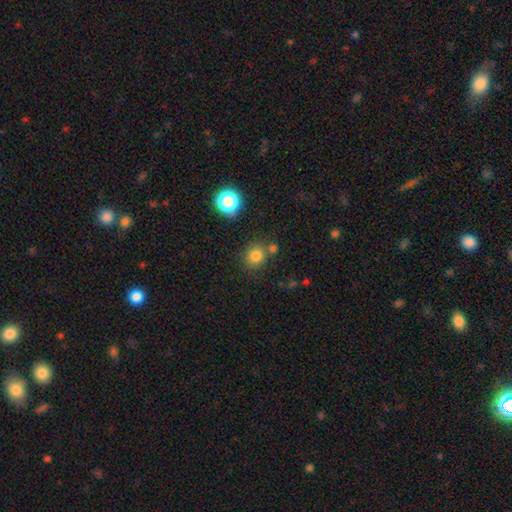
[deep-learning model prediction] A smooth galaxy with no disk features (79%) that is round (80%).

Vote fractions:
- Smooth or featured? smooth: 79% / star or artifact: 14% / featured or disk: 6%
- How rounded? round: 80% / in between: 19% / cigar-shaped: 1%
- Merging? none: 71% / merger: 14% / minor disturbance: 12% / major disturbance: 4%